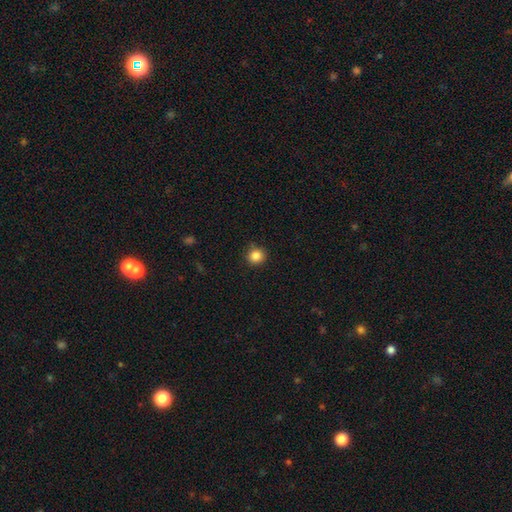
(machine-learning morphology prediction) Smooth or featured? Predicted: smooth (p=0.85). How rounded? Predicted: round (p=0.91). Merging? Predicted: none (p=0.88).